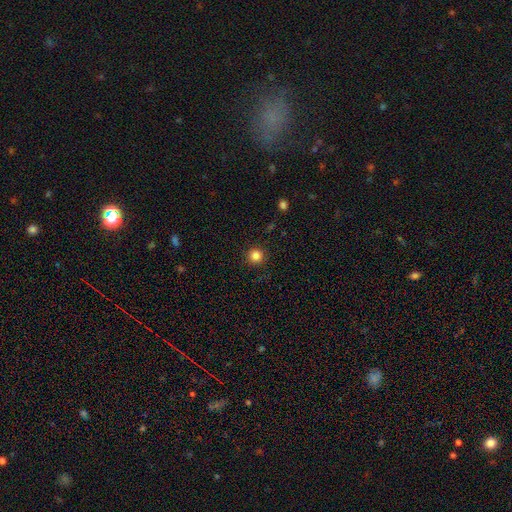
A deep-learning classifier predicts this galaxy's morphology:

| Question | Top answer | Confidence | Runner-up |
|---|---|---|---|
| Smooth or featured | smooth | 84% | star or artifact (12%) |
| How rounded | round | 95% | in between (4%) |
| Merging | none | 91% | minor disturbance (6%) |